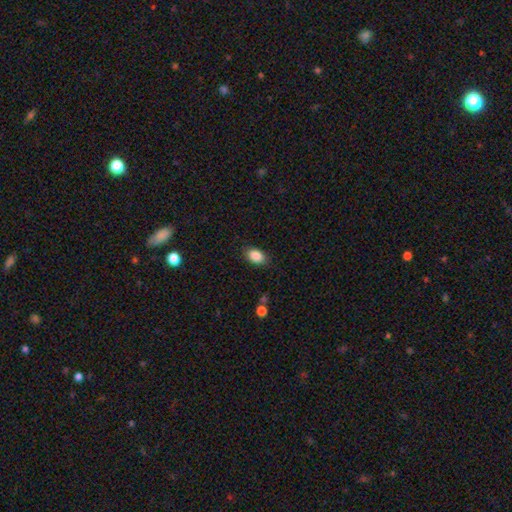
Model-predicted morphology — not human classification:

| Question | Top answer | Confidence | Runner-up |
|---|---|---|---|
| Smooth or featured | smooth | 87% | star or artifact (8%) |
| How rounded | in between | 86% | round (12%) |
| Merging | none | 84% | minor disturbance (12%) |